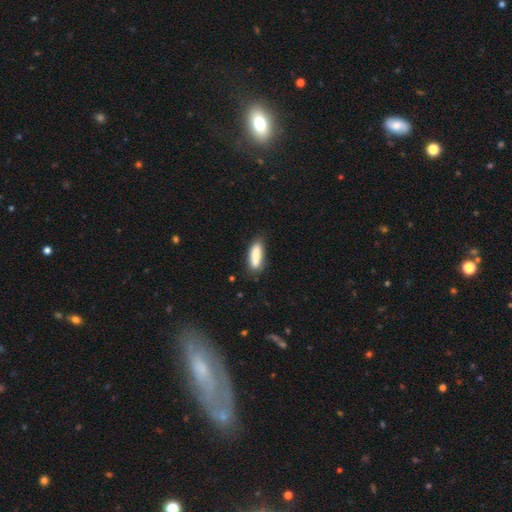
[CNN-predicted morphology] Smooth or featured?
  - smooth: 84% *
  - featured or disk: 10%
  - star or artifact: 6%
How rounded?
  - in between: 53% *
  - cigar-shaped: 45%
  - round: 2%
Merging?
  - none: 75% *
  - minor disturbance: 18%
  - major disturbance: 4%
  - merger: 3%